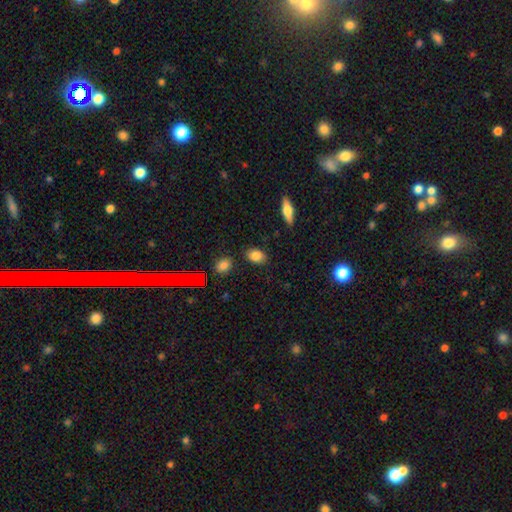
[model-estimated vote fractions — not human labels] This appears to be a smooth galaxy with no disk features (82%) that is in between round and cigar-shaped (78%). Merging: none (84%).